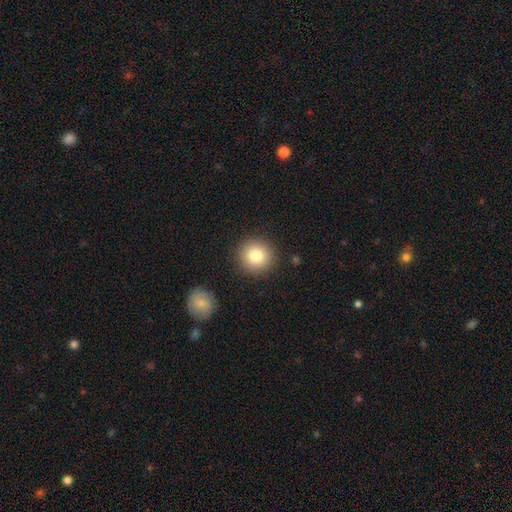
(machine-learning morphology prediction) smooth 82%, star or artifact 10%, featured or disk 8%. Down the decision tree: how rounded — round (93%); merging — none (89%).